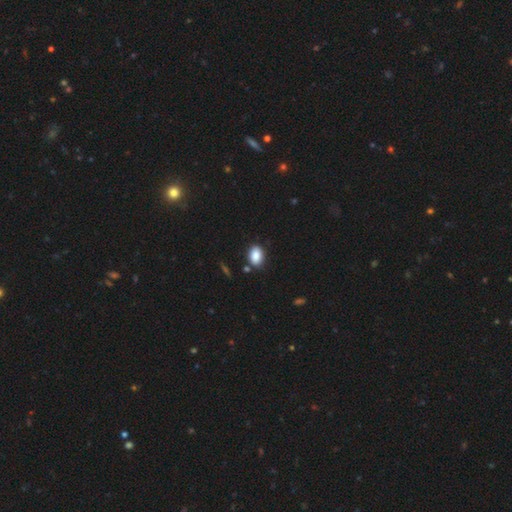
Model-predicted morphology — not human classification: smooth-or-featured: smooth: 87% | star or artifact: 8% | featured or disk: 5%
  how-rounded: in between: 84% | round: 15% | cigar-shaped: 1%
  merging: none: 81% | minor disturbance: 12% | merger: 4% | major disturbance: 3%